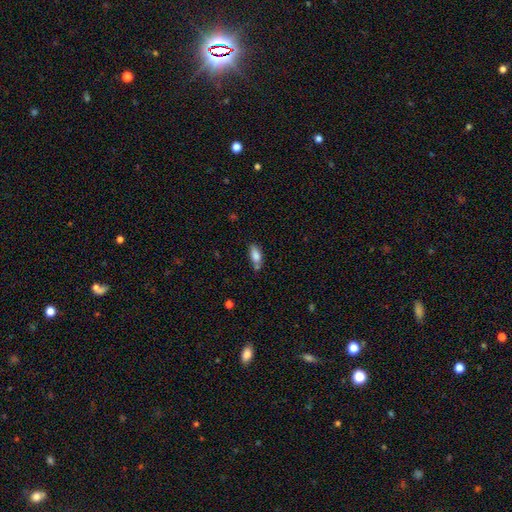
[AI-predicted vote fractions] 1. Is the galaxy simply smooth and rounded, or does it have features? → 81% smooth, 11% featured or disk, 8% star or artifact.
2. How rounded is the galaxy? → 83% in between, 14% cigar-shaped, 3% round.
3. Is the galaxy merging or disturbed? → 57% none, 24% minor disturbance, 13% merger, 6% major disturbance.